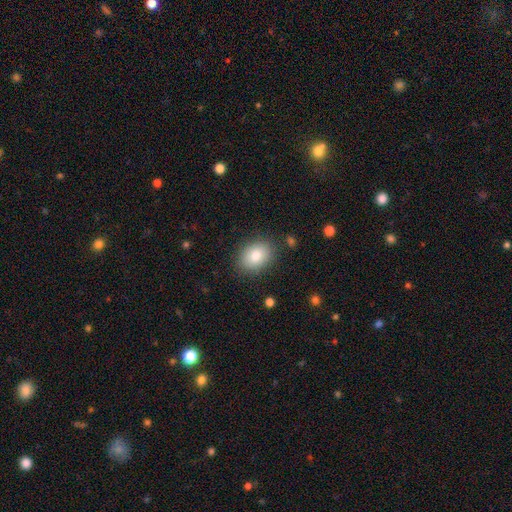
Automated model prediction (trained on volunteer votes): The model was most divided on "how rounded": in between: 74%, round: 25%, cigar-shaped: 1%. More confident: merging — none (85%); smooth or featured — smooth (81%).